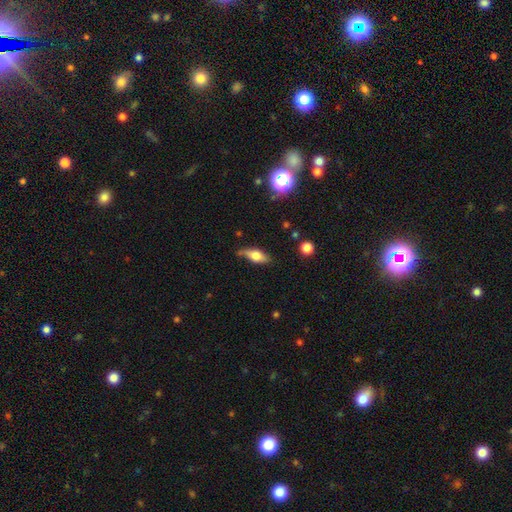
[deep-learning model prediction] Overall: smooth (60%; featured or disk 32%). How rounded: in between (72%). Merging: none (67%).